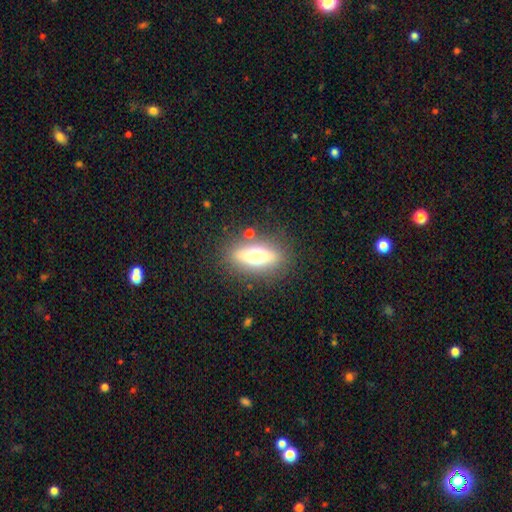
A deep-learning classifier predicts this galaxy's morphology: smooth 58%, featured or disk 33%, star or artifact 9%. Down the decision tree: how rounded — in between (68%); merging — none (82%).